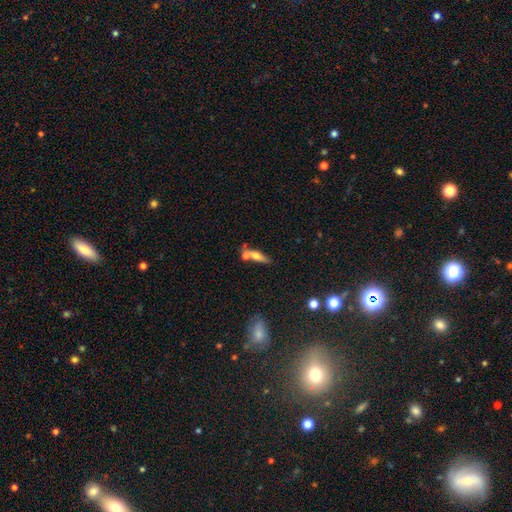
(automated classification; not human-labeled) A smooth galaxy with no disk features (55%) that is cigar-shaped (52%). Merging: none (47%).